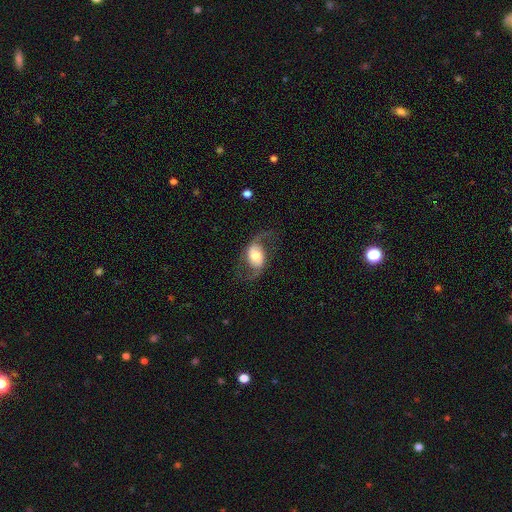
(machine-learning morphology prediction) Smooth or featured?
  - featured or disk: 74% *
  - smooth: 19%
  - star or artifact: 7%
Edge-on disk?
  - no: 96% *
  - yes: 4%
Bar?
  - no: 52% *
  - weak: 33%
  - strong: 15%
Spiral arms?
  - yes: 90% *
  - no: 10%
Spiral winding?
  - loose: 66% *
  - medium: 29%
  - tight: 6%
Spiral arm count?
  - 2: 92% *
  - 1: 3%
  - can't tell: 3%
  - 3: 1%
  - 4: 1%
  - more than 4: 1%
Bulge size?
  - moderate: 56% *
  - large: 23%
  - small: 14%
  - dominant: 5%
  - none: 2%
Merging?
  - none: 68% *
  - minor disturbance: 16%
  - major disturbance: 15%
  - merger: 1%